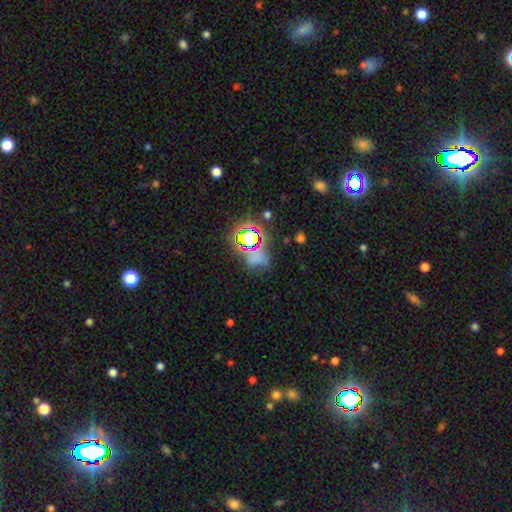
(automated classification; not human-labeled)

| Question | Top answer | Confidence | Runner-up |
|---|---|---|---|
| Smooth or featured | star or artifact | 50% | smooth (40%) |